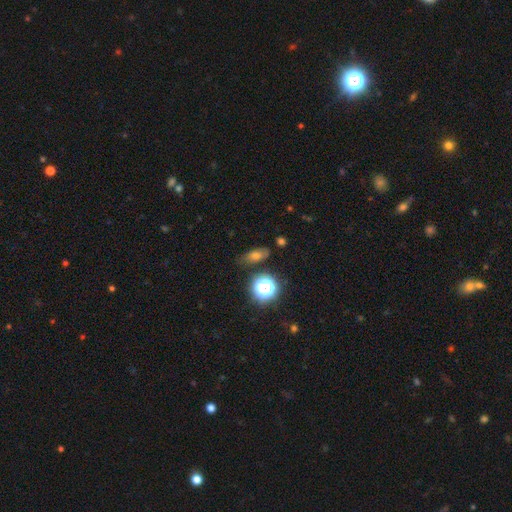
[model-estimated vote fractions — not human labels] Smooth or featured?
  - smooth: 56% *
  - star or artifact: 26%
  - featured or disk: 18%
How rounded?
  - in between: 65% *
  - round: 22%
  - cigar-shaped: 13%
Merging?
  - none: 77% *
  - minor disturbance: 15%
  - major disturbance: 4%
  - merger: 4%